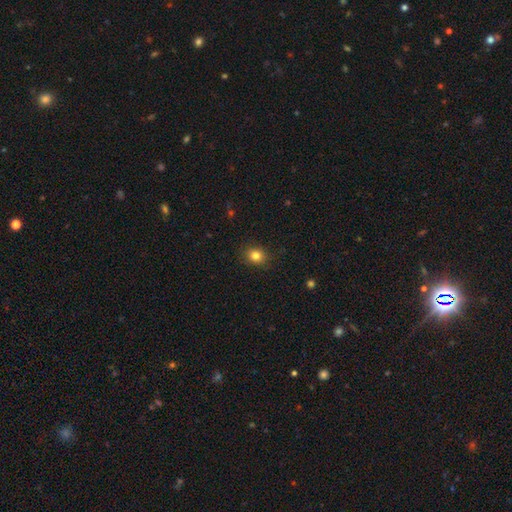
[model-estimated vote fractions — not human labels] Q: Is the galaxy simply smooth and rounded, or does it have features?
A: smooth — 82%.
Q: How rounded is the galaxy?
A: round — 71%.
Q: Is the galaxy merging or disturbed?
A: none — 89%.